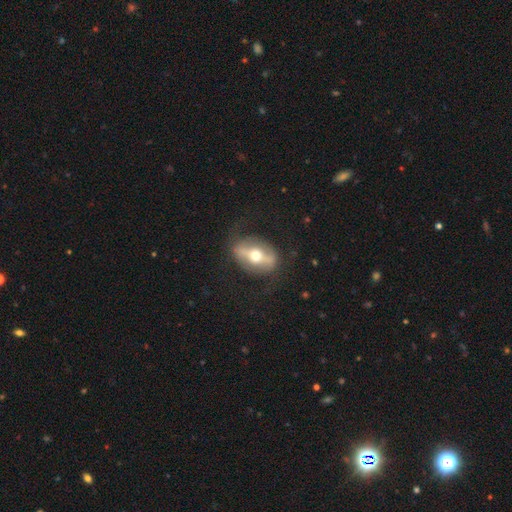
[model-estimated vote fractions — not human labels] Q: Smooth or featured?
A: featured or disk (65%); runner-up: smooth (28%)
Q: Edge-on disk?
A: no (70%); runner-up: yes (30%)
Q: Merging?
A: none (77%); runner-up: minor disturbance (14%)